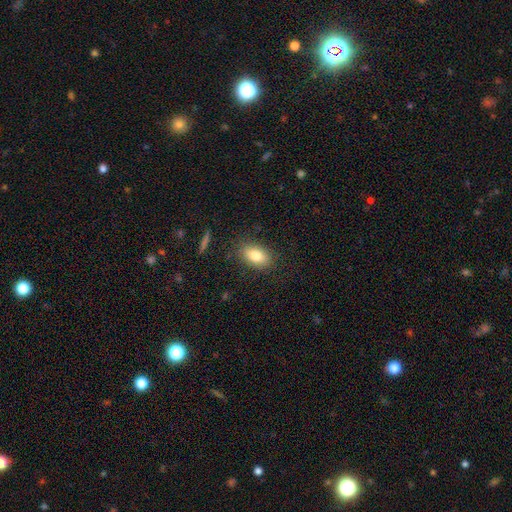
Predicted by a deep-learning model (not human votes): This is clearly a smooth galaxy (81%). How rounded: clearly in between (87%). Merging: clearly none (84%).